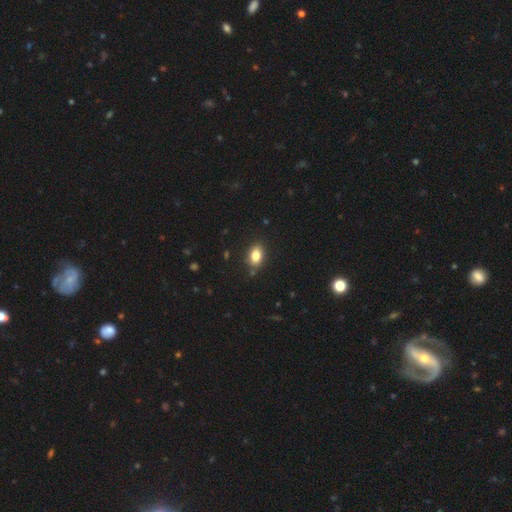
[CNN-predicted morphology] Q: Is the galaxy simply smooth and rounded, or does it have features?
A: smooth — 82%.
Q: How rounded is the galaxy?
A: in between — 83%.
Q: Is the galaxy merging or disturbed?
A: none — 85%.